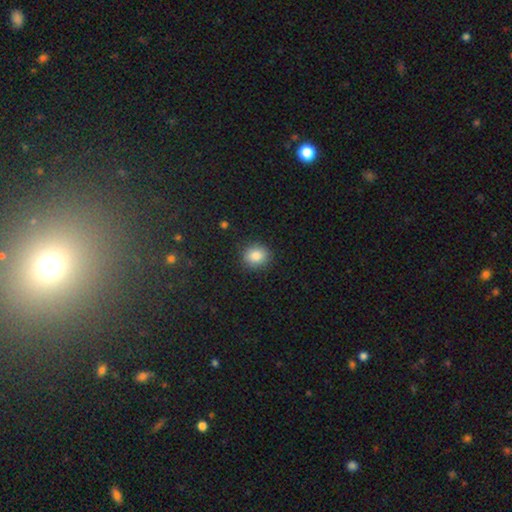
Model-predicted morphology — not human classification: Smooth or featured?
  - smooth: 85% *
  - star or artifact: 10%
  - featured or disk: 5%
How rounded?
  - round: 78% *
  - in between: 21%
  - cigar-shaped: 1%
Merging?
  - none: 88% *
  - minor disturbance: 8%
  - major disturbance: 3%
  - merger: 1%